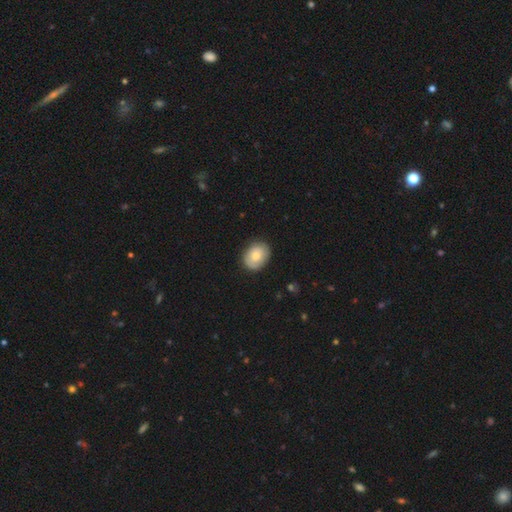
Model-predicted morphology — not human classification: This is likely a smooth galaxy (72%). How rounded: possibly in between (59%). Merging: clearly none (83%).